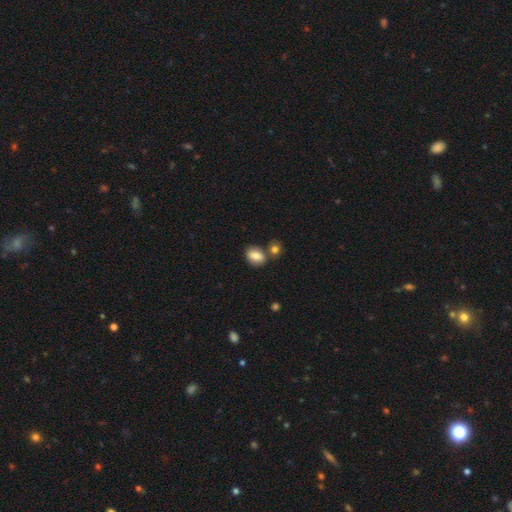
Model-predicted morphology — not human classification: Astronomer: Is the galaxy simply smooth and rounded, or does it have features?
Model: smooth — 84%.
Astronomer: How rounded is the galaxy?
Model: in between — 68%.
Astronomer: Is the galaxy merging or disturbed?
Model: none — 66%.